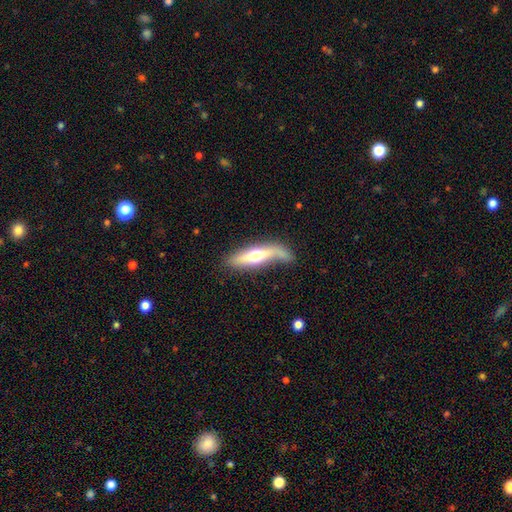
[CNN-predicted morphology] A featured or disk galaxy (50%).

Vote fractions:
- Smooth or featured? featured or disk: 50% / smooth: 45% / star or artifact: 6%
- Merging? none: 53% / minor disturbance: 25% / major disturbance: 15% / merger: 7%